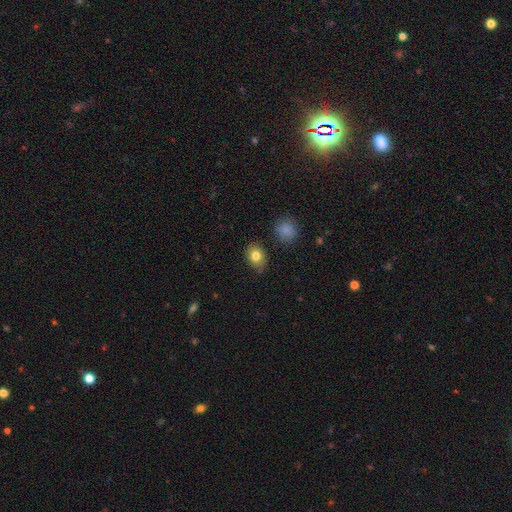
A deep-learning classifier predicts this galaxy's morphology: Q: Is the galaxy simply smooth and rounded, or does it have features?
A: smooth — 82%.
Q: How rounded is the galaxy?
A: in between — 53%.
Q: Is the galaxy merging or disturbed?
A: none — 79%.